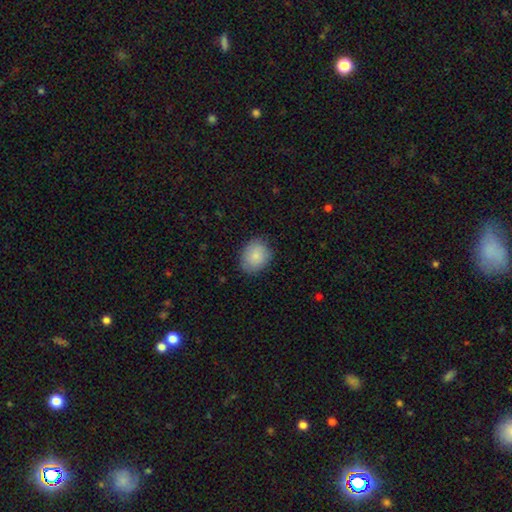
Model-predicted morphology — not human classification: smooth 84%, featured or disk 9%, star or artifact 7%. Down the decision tree: how rounded — round (50%); merging — none (82%).